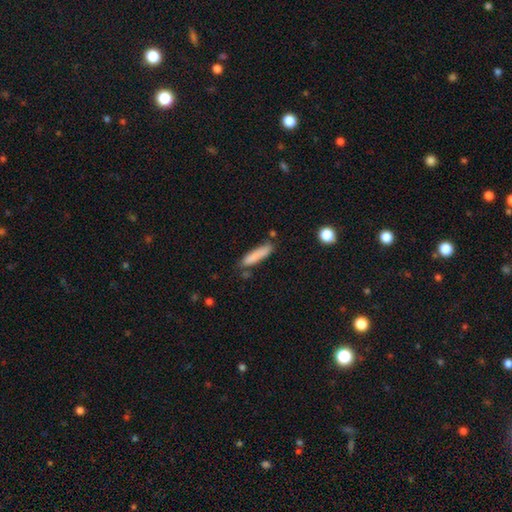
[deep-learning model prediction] Q: Smooth or featured?
A: smooth (83%); runner-up: featured or disk (10%)
Q: How rounded?
A: cigar-shaped (81%); runner-up: in between (17%)
Q: Merging?
A: none (70%); runner-up: minor disturbance (20%)